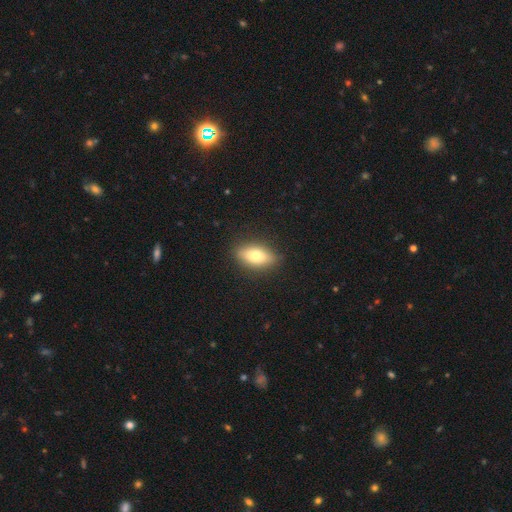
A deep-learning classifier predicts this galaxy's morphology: Smooth or featured: smooth — 72% (featured or disk — 20%)
How rounded: in between — 83% (cigar-shaped — 10%)
Merging: none — 87% (minor disturbance — 10%)